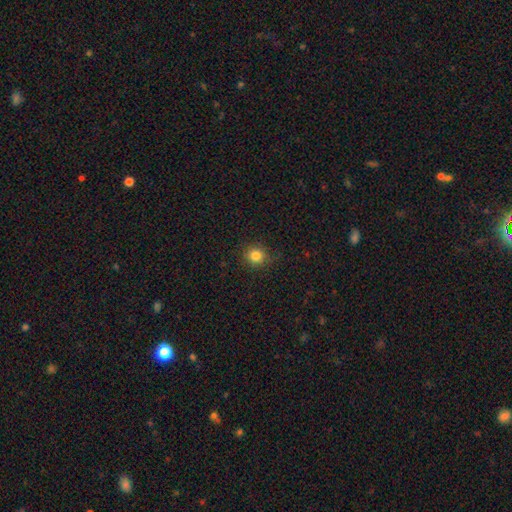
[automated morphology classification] smooth_or_featured: smooth (p=0.83) [alt: star or artifact p=0.12]
how_rounded: round (p=0.90) [alt: in between p=0.09]
merging: none (p=0.87) [alt: minor disturbance p=0.10]